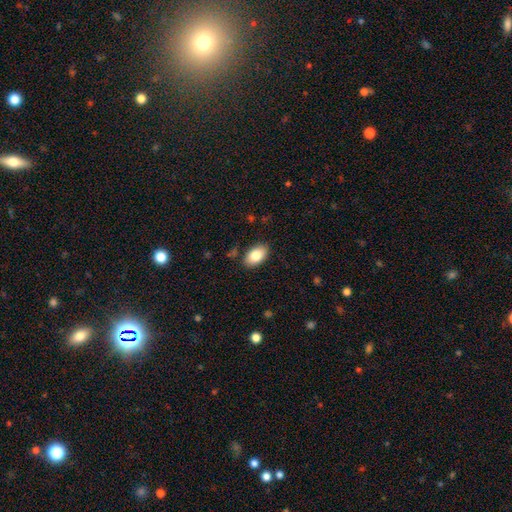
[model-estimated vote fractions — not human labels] This appears to be a smooth galaxy with no disk features (82%) that is in between round and cigar-shaped (92%). Merging: none (87%).